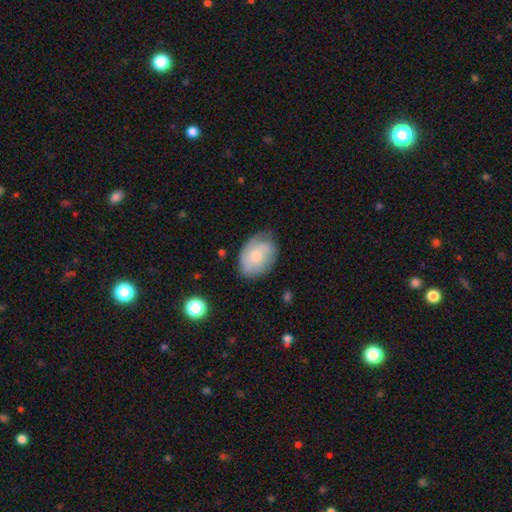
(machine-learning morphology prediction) smooth_or_featured: smooth (p=0.57) [alt: featured or disk p=0.36]
how_rounded: in between (p=0.75) [alt: round p=0.24]
merging: none (p=0.63) [alt: minor disturbance p=0.28]